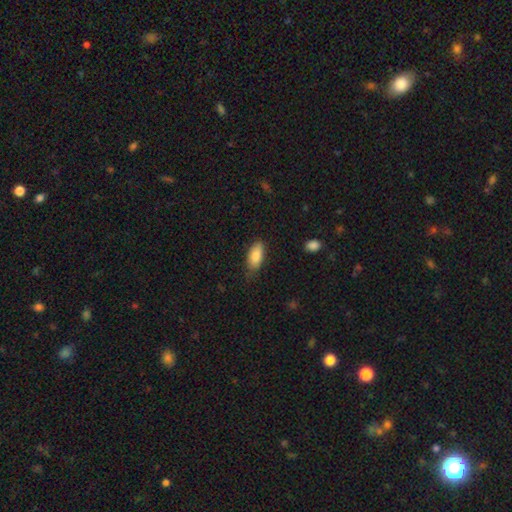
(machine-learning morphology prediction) The model was most divided on "merging": none: 70%, minor disturbance: 24%, major disturbance: 4%, merger: 1%. More confident: how rounded — in between (87%); smooth or featured — smooth (83%).